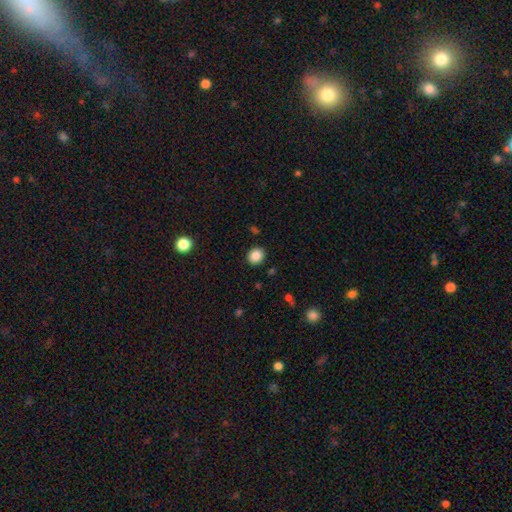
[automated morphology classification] type=smooth (87%); roundness=round (79%); merging=none (90%).